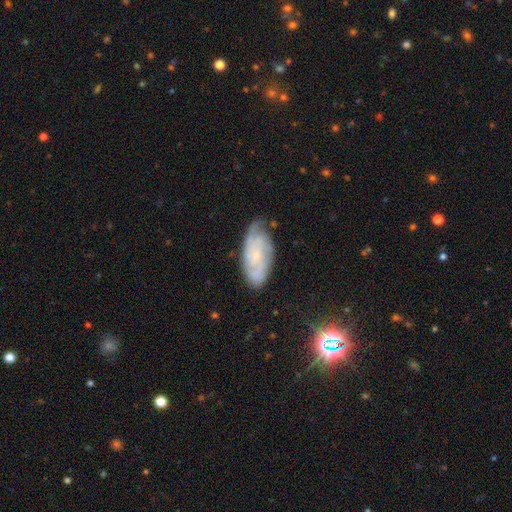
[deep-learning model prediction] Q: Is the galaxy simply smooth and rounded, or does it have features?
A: featured or disk — 70%.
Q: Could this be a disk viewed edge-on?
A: no — 93%.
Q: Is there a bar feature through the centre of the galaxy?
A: no — 74%.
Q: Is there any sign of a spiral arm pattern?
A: yes — 91%.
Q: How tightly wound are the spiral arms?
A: tight — 59%.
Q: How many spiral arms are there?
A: can't tell — 41%.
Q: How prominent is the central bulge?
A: small — 75%.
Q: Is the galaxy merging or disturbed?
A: none — 64%.